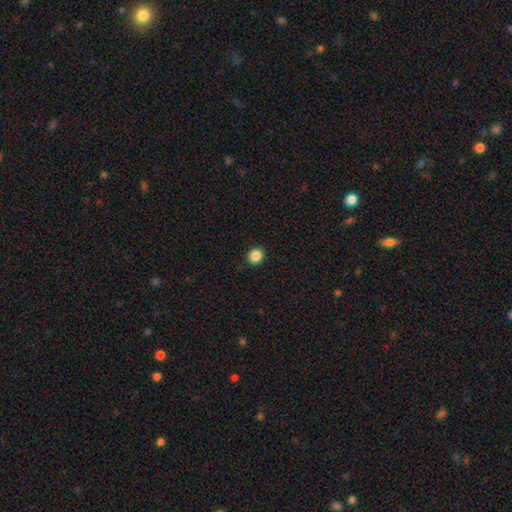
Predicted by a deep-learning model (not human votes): Smooth or featured? Predicted: smooth (p=0.87). How rounded? Predicted: round (p=0.81). Merging? Predicted: none (p=0.91).